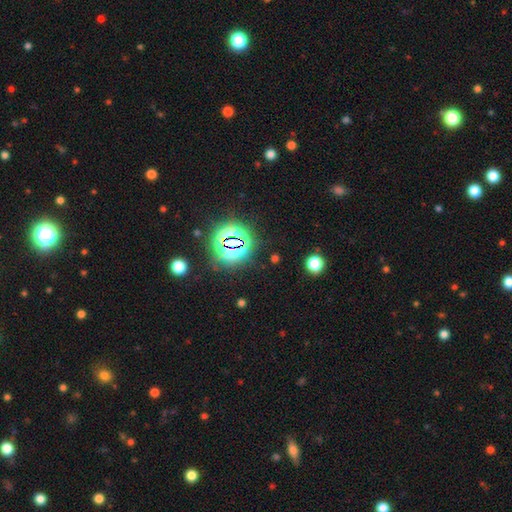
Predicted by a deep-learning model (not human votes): Smooth or featured?
  - star or artifact: 82% *
  - smooth: 11%
  - featured or disk: 7%